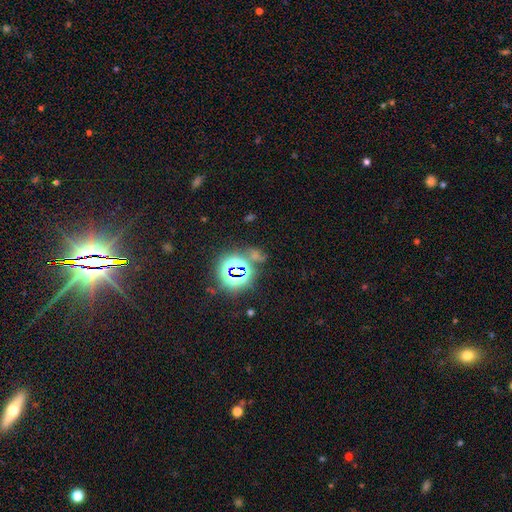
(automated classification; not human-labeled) This appears to be a star or artifact, not a galaxy (65%).